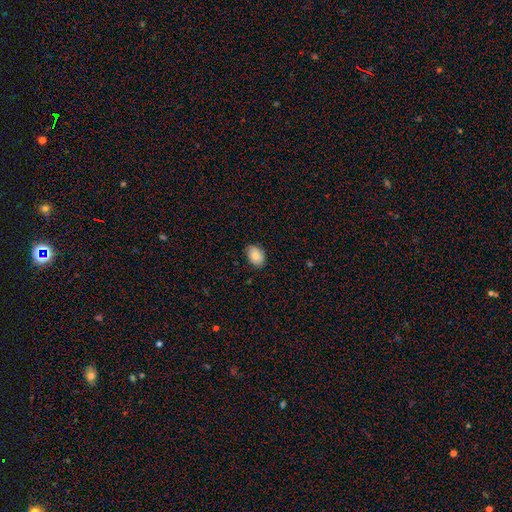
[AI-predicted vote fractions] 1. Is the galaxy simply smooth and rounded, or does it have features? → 79% smooth, 13% featured or disk, 8% star or artifact.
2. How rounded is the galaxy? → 75% in between, 24% round, 1% cigar-shaped.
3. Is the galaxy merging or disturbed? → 84% none, 13% minor disturbance, 2% major disturbance, 1% merger.